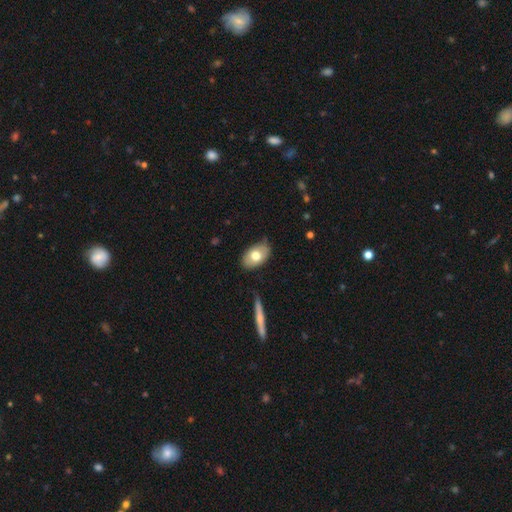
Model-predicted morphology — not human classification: Smooth or featured: smooth — 70% (featured or disk — 23%)
How rounded: in between — 91% (round — 7%)
Merging: none — 80% (minor disturbance — 15%)